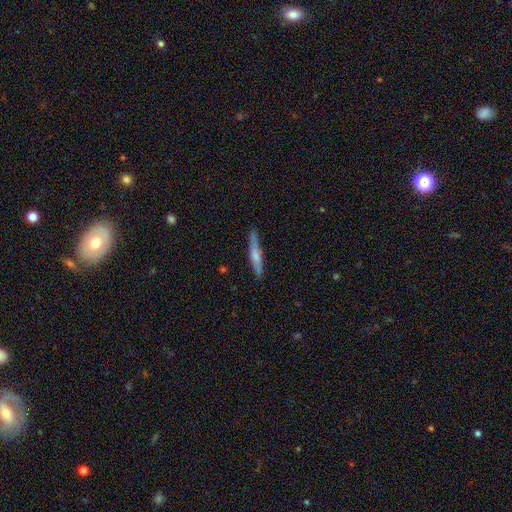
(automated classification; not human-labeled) A smooth galaxy with no disk features (58%) that is cigar-shaped (92%). Merging: none (84%).